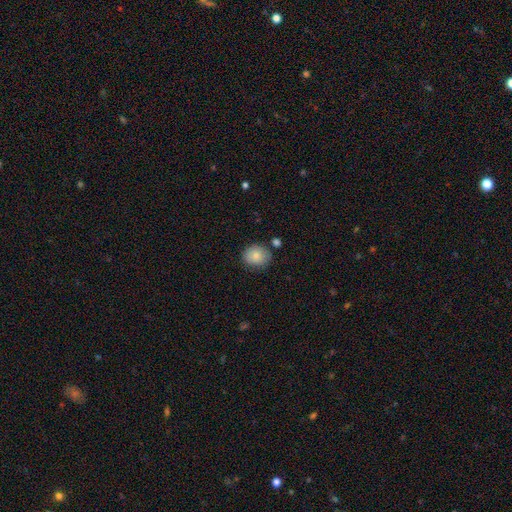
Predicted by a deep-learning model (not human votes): This appears to be a smooth galaxy with no disk features (84%) that is round (71%). Merging: none (76%).